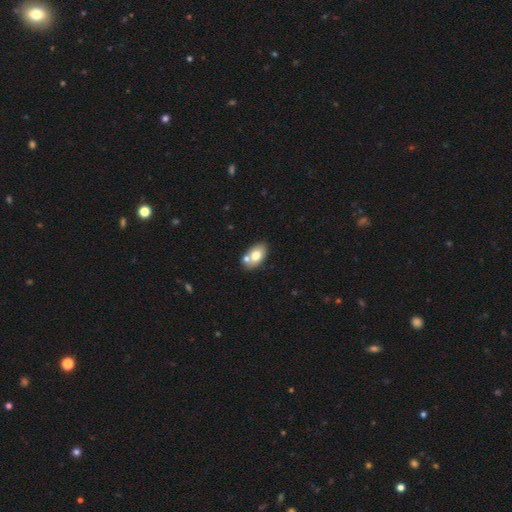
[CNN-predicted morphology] smooth 72%, featured or disk 20%, star or artifact 8%. Down the decision tree: how rounded — in between (89%); merging — none (58%).